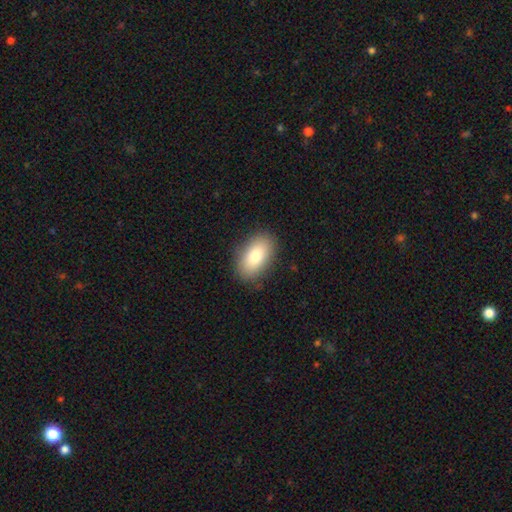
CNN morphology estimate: smooth 82%, featured or disk 11%, star or artifact 7%. Down the decision tree: how rounded — in between (93%); merging — none (87%).